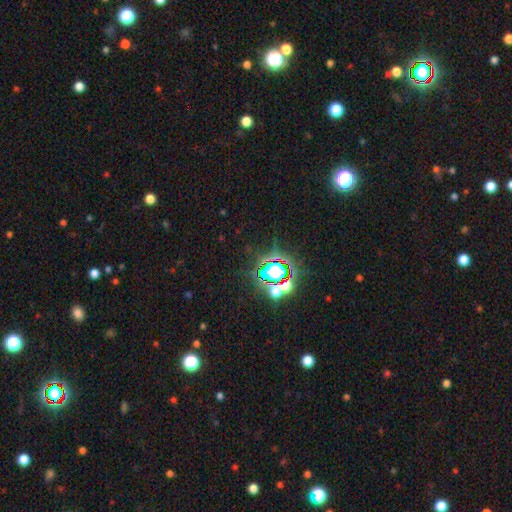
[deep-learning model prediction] A star or artifact, not a galaxy (80%).